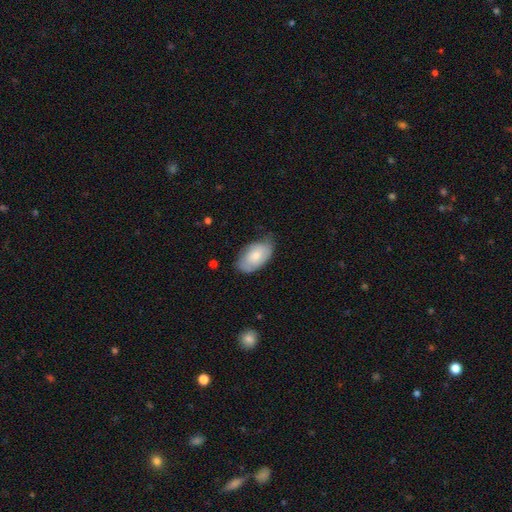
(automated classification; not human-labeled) This appears to be a smooth galaxy with no disk features (69%) that is in between round and cigar-shaped (94%). Merging: none (61%).